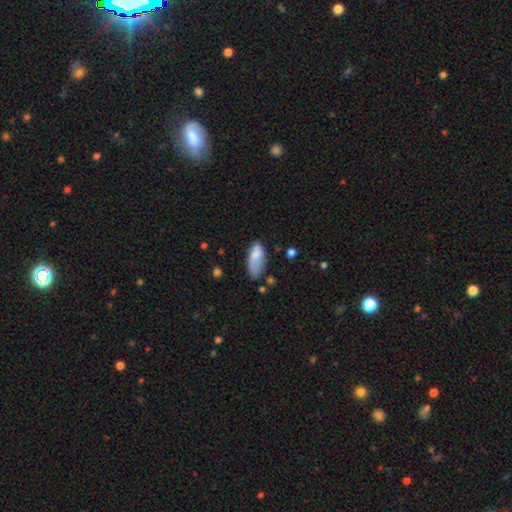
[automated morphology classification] A smooth galaxy with no disk features (77%) that is in between round and cigar-shaped (86%).

Vote fractions:
- Smooth or featured? smooth: 77% / featured or disk: 15% / star or artifact: 7%
- How rounded? in between: 86% / cigar-shaped: 12% / round: 2%
- Merging? none: 43% / minor disturbance: 35% / major disturbance: 17% / merger: 5%